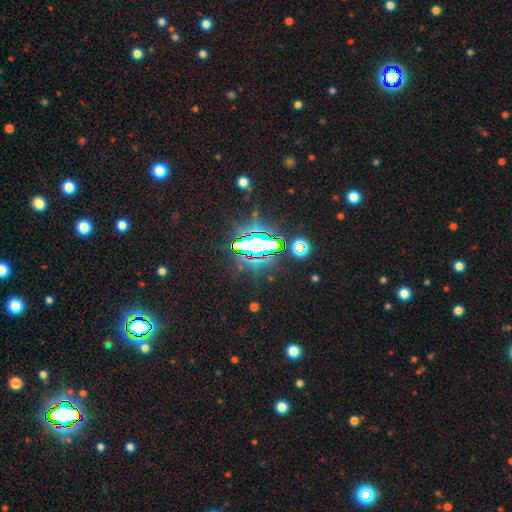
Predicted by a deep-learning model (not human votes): A star or artifact, not a galaxy (84%).

Vote fractions:
- Smooth or featured? star or artifact: 84% / smooth: 9% / featured or disk: 7%